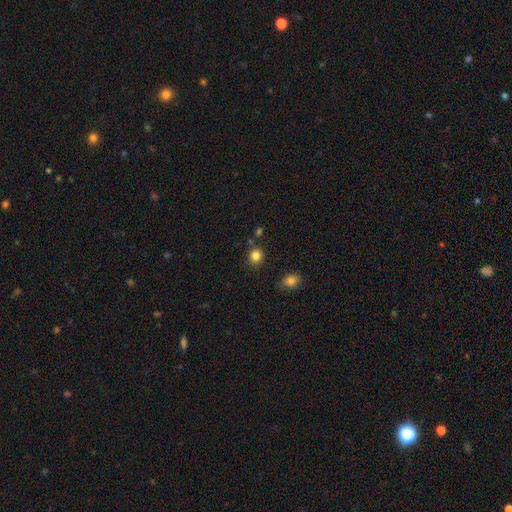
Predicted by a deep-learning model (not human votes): This appears to be a smooth galaxy with no disk features (84%) that is round (83%). Merging: none (83%).